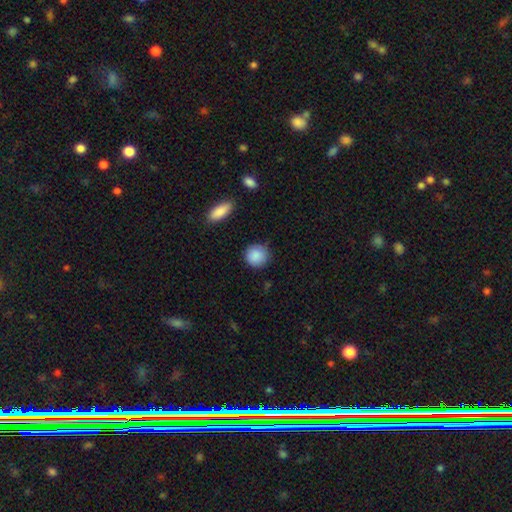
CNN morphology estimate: smooth 89%, star or artifact 7%, featured or disk 4%. Down the decision tree: how rounded — round (90%); merging — none (83%).